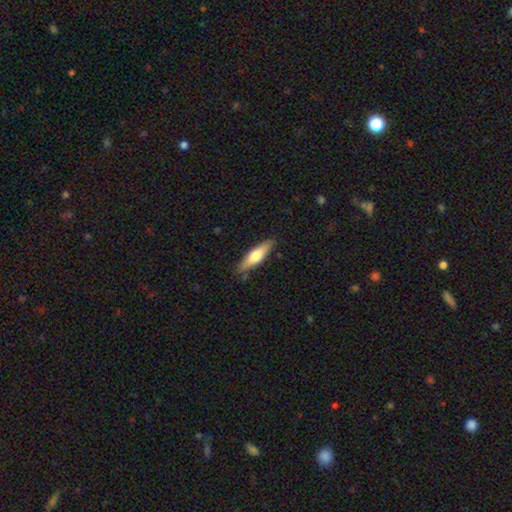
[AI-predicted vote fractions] smooth_or_featured: smooth (p=0.60) [alt: featured or disk p=0.35]
how_rounded: cigar-shaped (p=0.66) [alt: in between p=0.32]
merging: none (p=0.85) [alt: minor disturbance p=0.12]